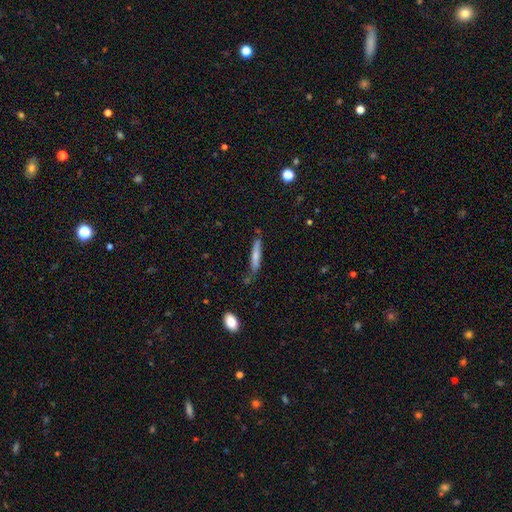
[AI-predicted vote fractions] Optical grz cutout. It shows a smooth galaxy with no disk features (63%) that is cigar-shaped (89%). Merging: none (66%).